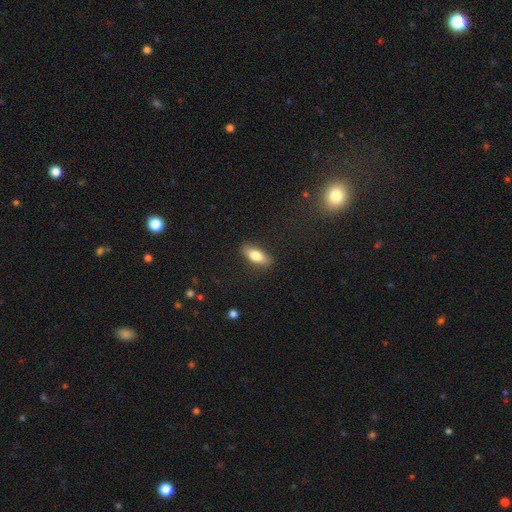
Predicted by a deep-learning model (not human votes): A smooth galaxy with no disk features (73%) that is in between round and cigar-shaped (71%). Merging: none (86%).